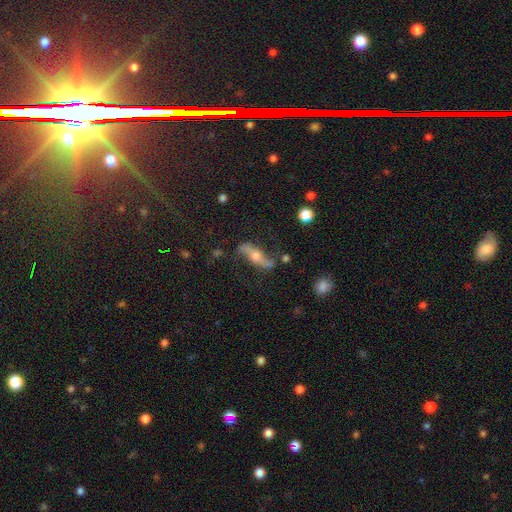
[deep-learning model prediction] This appears to be a featured or disk galaxy (75%). Merging: none (73%).